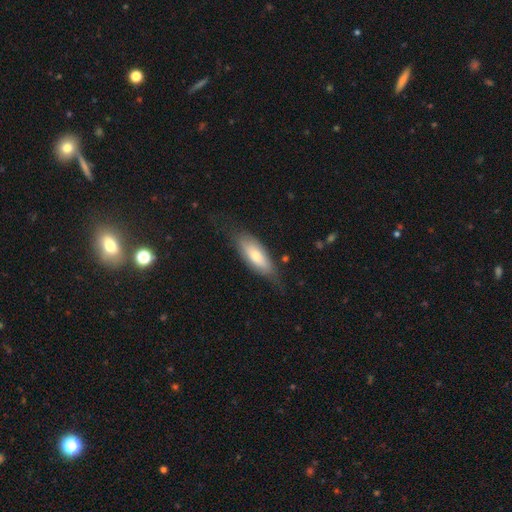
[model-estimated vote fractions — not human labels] Smooth or featured? smooth (64%)
How rounded? in between (72%)
Merging? none (68%)